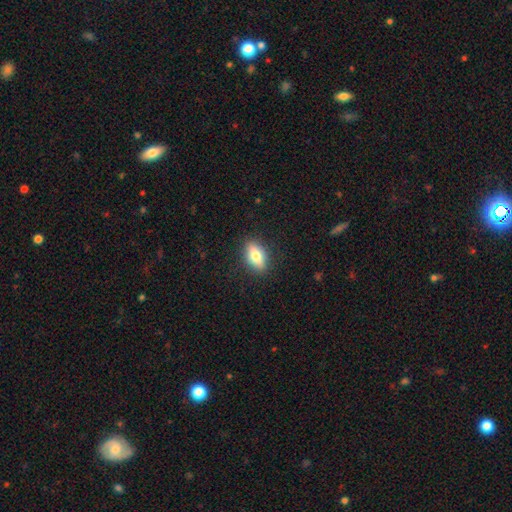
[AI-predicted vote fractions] A smooth galaxy with no disk features (70%) that is in between round and cigar-shaped (80%).

Vote fractions:
- Smooth or featured? smooth: 70% / featured or disk: 23% / star or artifact: 7%
- How rounded? in between: 80% / cigar-shaped: 13% / round: 6%
- Merging? none: 87% / minor disturbance: 9% / major disturbance: 3% / merger: 1%